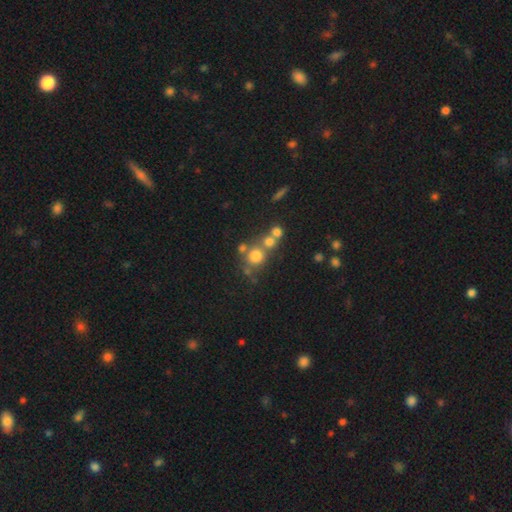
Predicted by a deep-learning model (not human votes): smooth 68%, star or artifact 18%, featured or disk 15%. Down the decision tree: how rounded — round (88%); merging — none (51%).